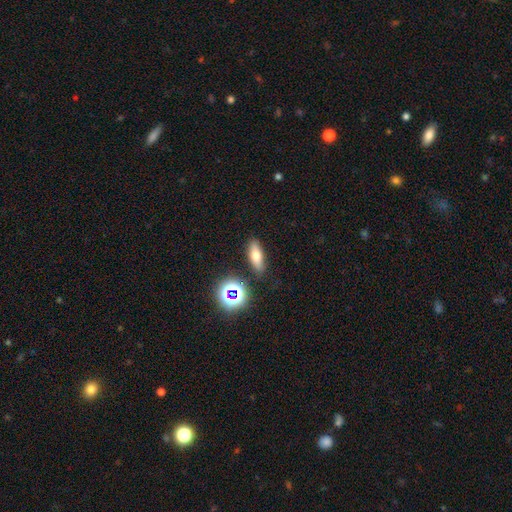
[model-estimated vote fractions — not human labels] smooth-or-featured: smooth: 66% | featured or disk: 20% | star or artifact: 15%
  how-rounded: in between: 59% | cigar-shaped: 32% | round: 9%
  merging: none: 84% | minor disturbance: 10% | merger: 3% | major disturbance: 3%